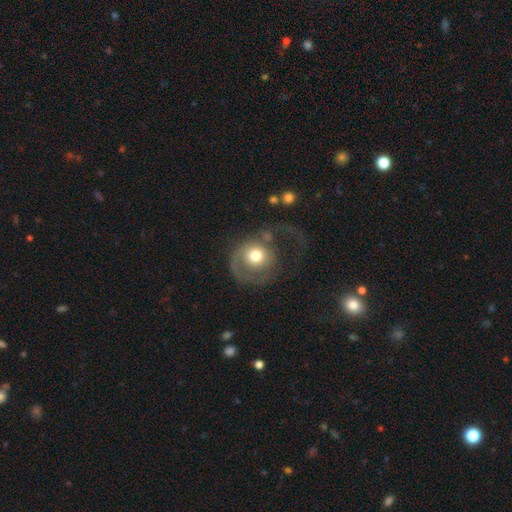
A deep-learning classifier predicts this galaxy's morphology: smooth_or_featured: smooth (p=0.47) [alt: featured or disk p=0.46]
merging: major disturbance (p=0.51) [alt: none p=0.30]